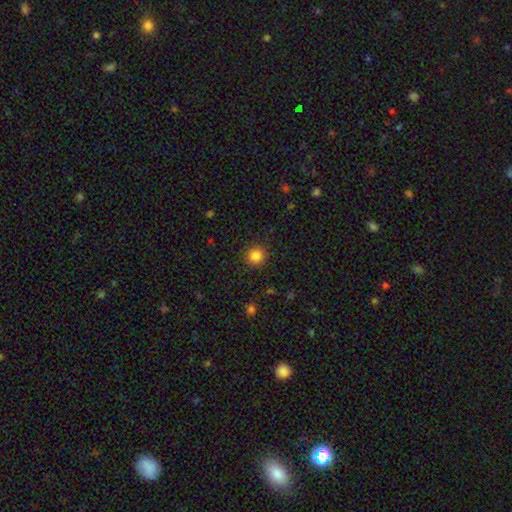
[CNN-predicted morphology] A smooth galaxy with no disk features (84%) that is round (89%). Merging: none (90%).